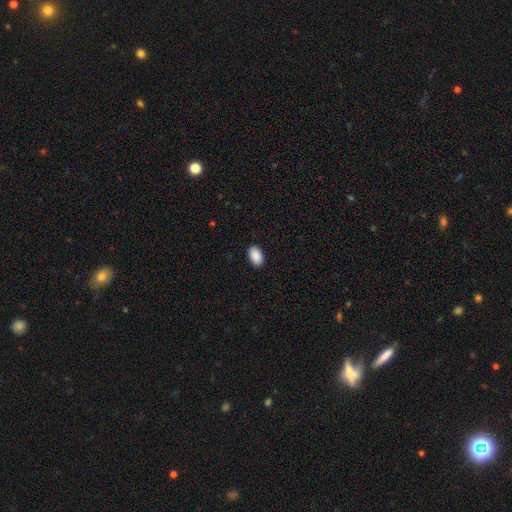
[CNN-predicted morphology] Smooth or featured? Predicted: smooth (p=0.91). How rounded? Predicted: in between (p=0.93). Merging? Predicted: none (p=0.90).